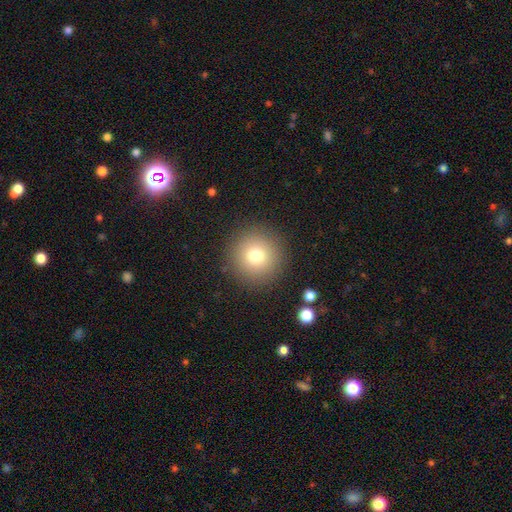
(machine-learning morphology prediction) A smooth galaxy with no disk features (77%) that is round (96%).

Vote fractions:
- Smooth or featured? smooth: 77% / star or artifact: 13% / featured or disk: 11%
- How rounded? round: 96% / in between: 3% / cigar-shaped: 1%
- Merging? none: 90% / minor disturbance: 6% / major disturbance: 3% / merger: 1%